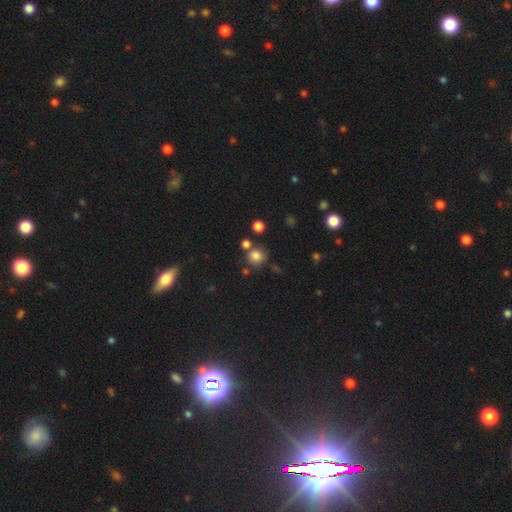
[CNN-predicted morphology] A smooth galaxy with no disk features (80%) that is round (89%). Merging: none (72%).